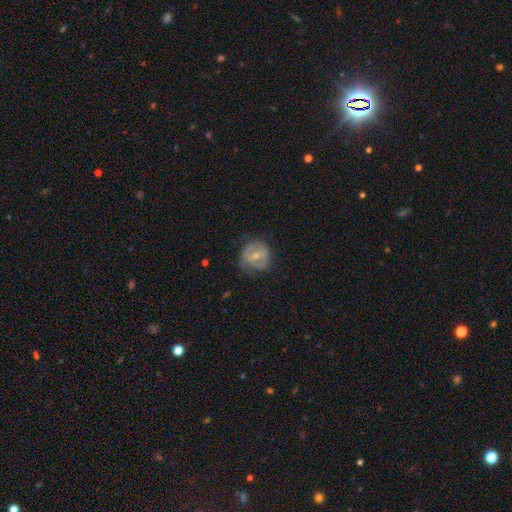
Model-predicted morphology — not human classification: Smooth or featured? Predicted: smooth (p=0.47). Merging? Predicted: none (p=0.61).